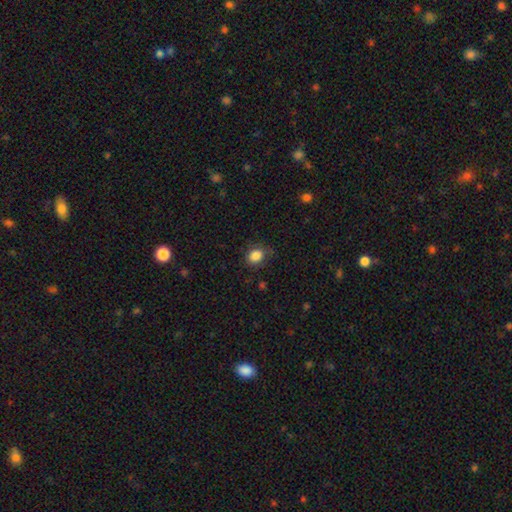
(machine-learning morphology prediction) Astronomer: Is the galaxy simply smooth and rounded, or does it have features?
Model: smooth — 86%.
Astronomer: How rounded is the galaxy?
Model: round — 51% (runner-up: in between, 48%).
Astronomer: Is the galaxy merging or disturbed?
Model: none — 76%.